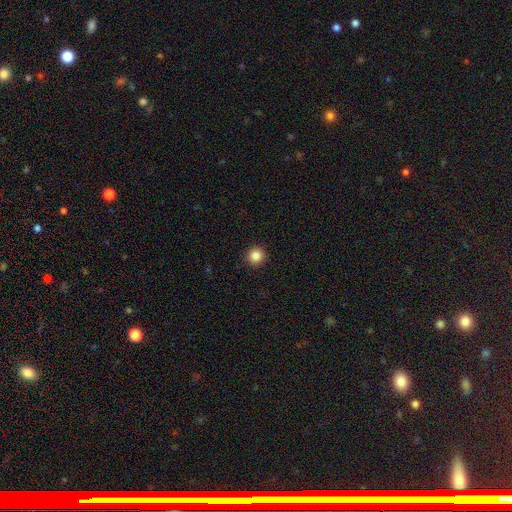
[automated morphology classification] A smooth galaxy with no disk features (86%) that is round (95%). Merging: none (93%).